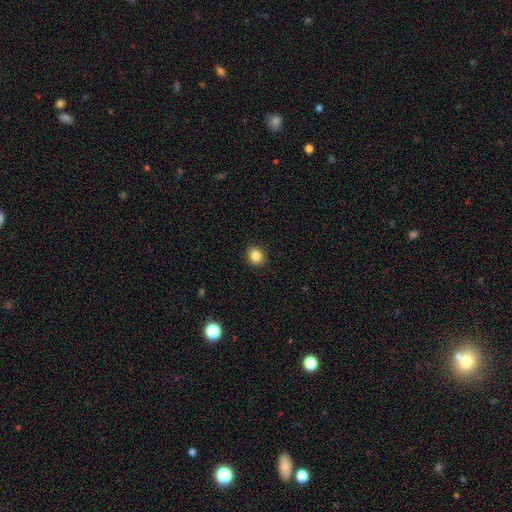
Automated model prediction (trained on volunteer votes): smooth-or-featured: smooth: 86% | star or artifact: 10% | featured or disk: 4%
  how-rounded: round: 86% | in between: 13% | cigar-shaped: 1%
  merging: none: 92% | minor disturbance: 6% | major disturbance: 2% | merger: 1%